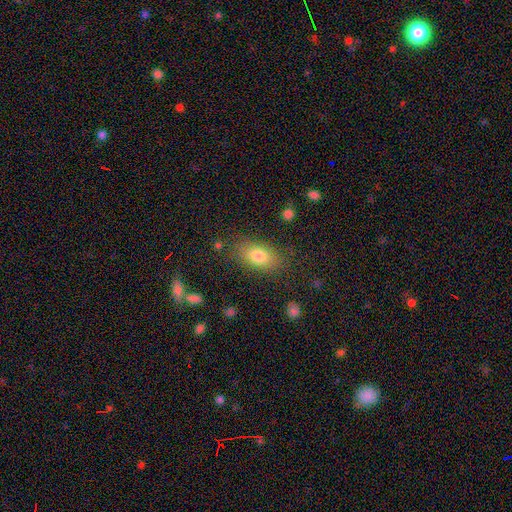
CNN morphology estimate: A smooth galaxy with no disk features (79%) that is in between round and cigar-shaped (86%).

Vote fractions:
- Smooth or featured? smooth: 79% / featured or disk: 11% / star or artifact: 10%
- How rounded? in between: 86% / round: 9% / cigar-shaped: 5%
- Merging? none: 82% / minor disturbance: 12% / major disturbance: 4% / merger: 2%